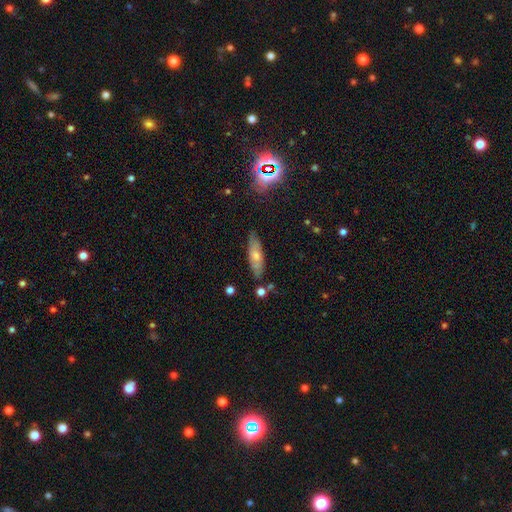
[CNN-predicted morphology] Smooth or featured?
  - smooth: 48% *
  - featured or disk: 40%
  - star or artifact: 12%
Merging?
  - none: 80% *
  - minor disturbance: 14%
  - merger: 3%
  - major disturbance: 3%